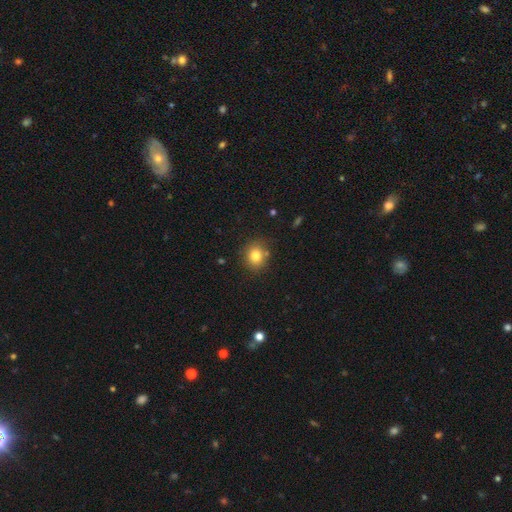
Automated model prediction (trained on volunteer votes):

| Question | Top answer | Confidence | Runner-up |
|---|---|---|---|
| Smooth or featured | smooth | 81% | star or artifact (12%) |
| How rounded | round | 78% | in between (21%) |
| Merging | none | 82% | minor disturbance (11%) |